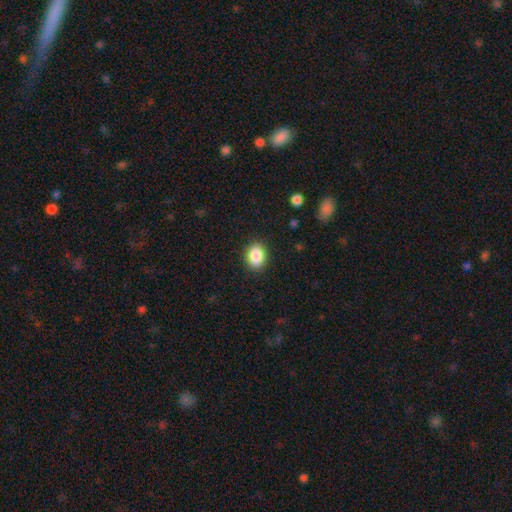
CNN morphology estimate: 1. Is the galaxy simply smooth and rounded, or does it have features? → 88% smooth, 8% star or artifact, 4% featured or disk.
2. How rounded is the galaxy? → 63% in between, 36% round, 1% cigar-shaped.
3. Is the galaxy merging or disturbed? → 89% none, 8% minor disturbance, 2% major disturbance, 1% merger.